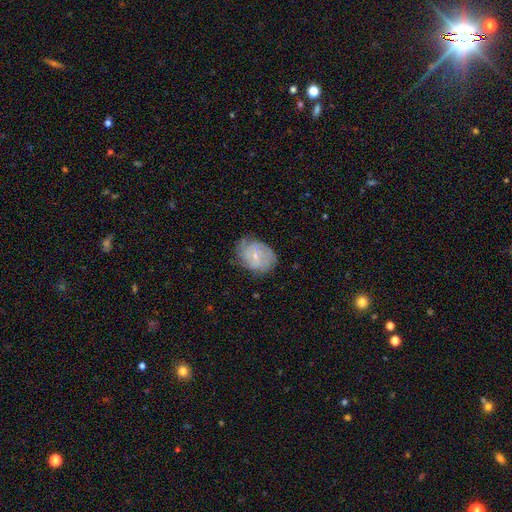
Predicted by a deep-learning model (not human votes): A featured or disk galaxy (66%) with no bar (48%), tight (52%) spiral arms (83%) and a small central bulge (69%).

Vote fractions:
- Smooth or featured? featured or disk: 66% / smooth: 27% / star or artifact: 8%
- Edge-on disk? no: 97% / yes: 3%
- Bar? no: 48% / weak: 44% / strong: 8%
- Spiral arms? yes: 83% / no: 17%
- Spiral winding? tight: 52% / medium: 35% / loose: 13%
- Spiral arm count? can't tell: 45% / 2: 22% / 3: 16% / 4: 9% / 1: 5% / more than 4: 4%
- Bulge size? small: 69% / moderate: 26% / none: 3% / large: 1% / dominant: 1%
- Merging? none: 64% / minor disturbance: 25% / major disturbance: 9% / merger: 1%